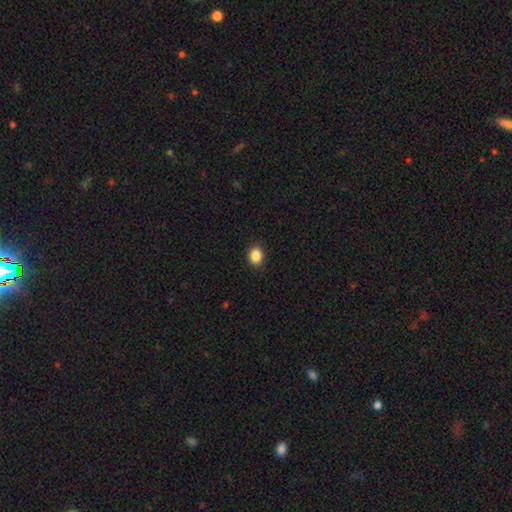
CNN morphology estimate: Smooth or featured: smooth — 87% (star or artifact — 9%)
How rounded: round — 53% (in between — 46%)
Merging: none — 91% (minor disturbance — 7%)